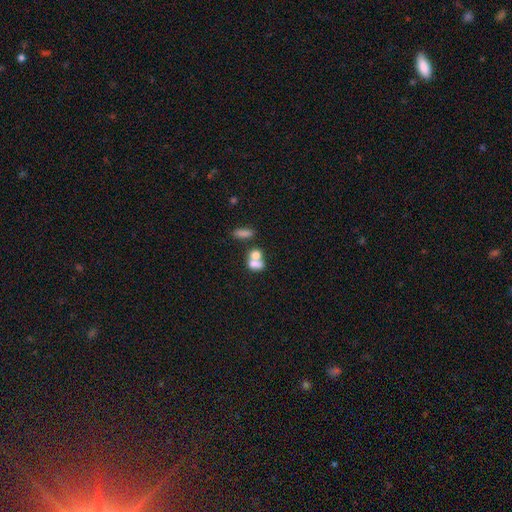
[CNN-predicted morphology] smooth-or-featured: smooth: 70% | featured or disk: 19% | star or artifact: 11%
  how-rounded: in between: 64% | round: 32% | cigar-shaped: 4%
  merging: merger: 60% | none: 26% | minor disturbance: 8% | major disturbance: 6%